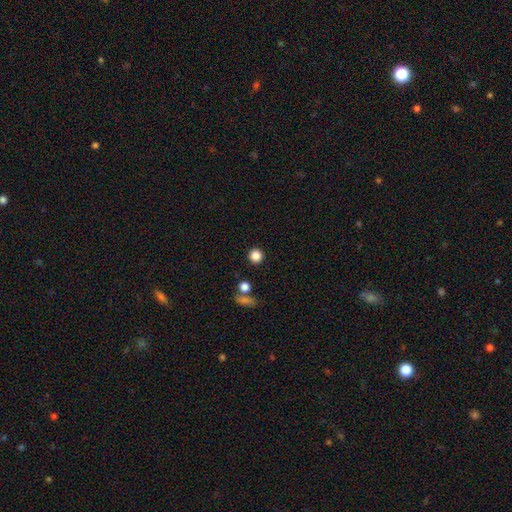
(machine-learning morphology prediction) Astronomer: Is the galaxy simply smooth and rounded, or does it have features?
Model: smooth — 85%.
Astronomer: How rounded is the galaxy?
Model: round — 94%.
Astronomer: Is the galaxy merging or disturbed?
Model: none — 88%.